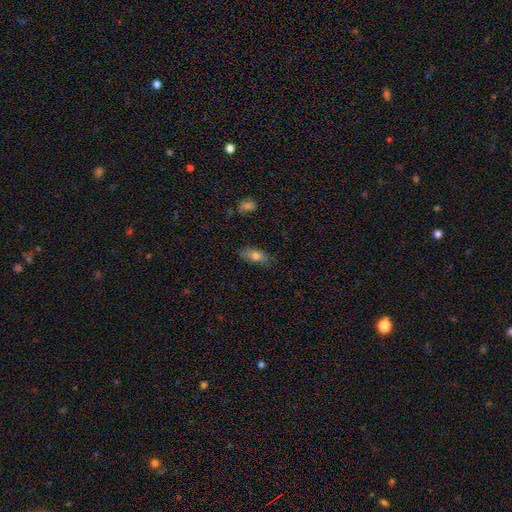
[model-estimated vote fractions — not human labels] This is likely a smooth galaxy (74%). How rounded: clearly in between (81%). Merging: likely none (77%).